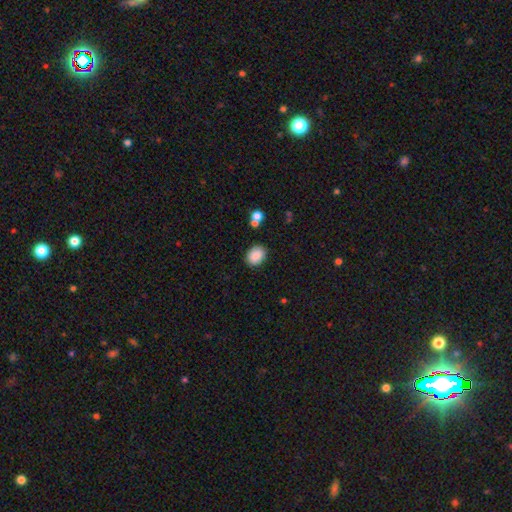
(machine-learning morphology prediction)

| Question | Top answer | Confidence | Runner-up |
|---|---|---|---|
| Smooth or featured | smooth | 86% | star or artifact (9%) |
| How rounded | in between | 63% | round (36%) |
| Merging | none | 85% | minor disturbance (10%) |